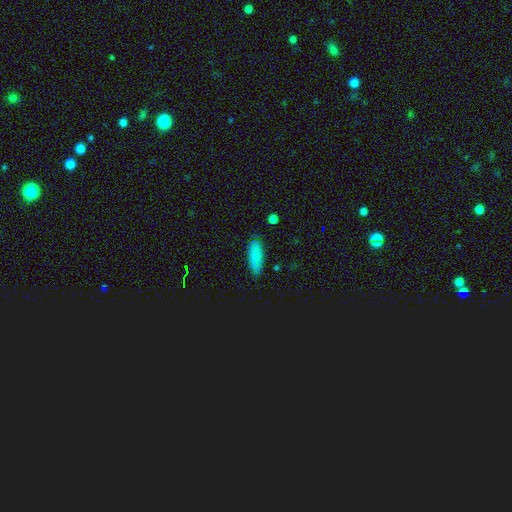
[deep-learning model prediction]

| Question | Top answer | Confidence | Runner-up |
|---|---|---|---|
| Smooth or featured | smooth | 83% | star or artifact (9%) |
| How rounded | in between | 67% | cigar-shaped (31%) |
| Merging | none | 84% | minor disturbance (12%) |